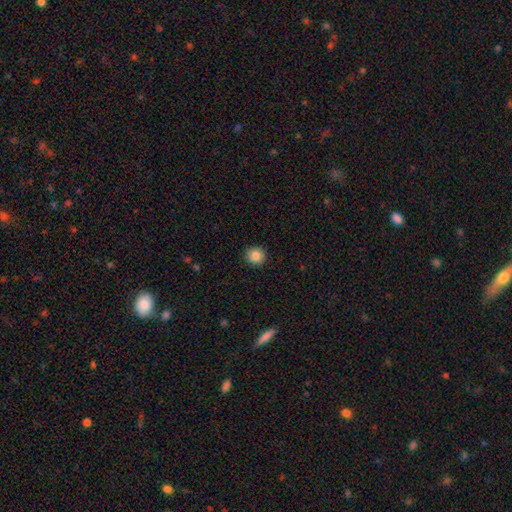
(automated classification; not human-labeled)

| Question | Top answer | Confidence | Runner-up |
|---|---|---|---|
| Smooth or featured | smooth | 85% | star or artifact (9%) |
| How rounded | round | 91% | in between (8%) |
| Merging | none | 91% | minor disturbance (6%) |